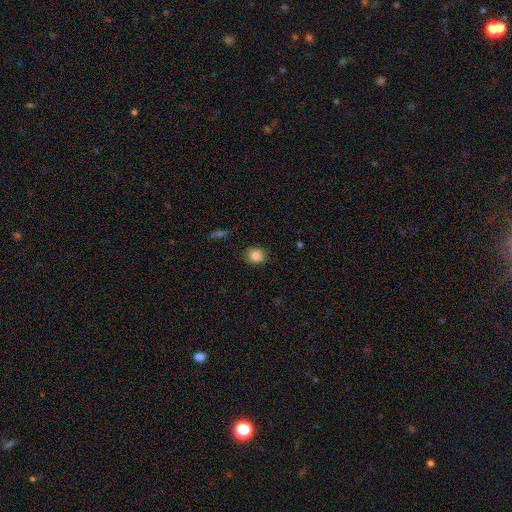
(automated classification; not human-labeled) Smooth or featured?
  - smooth: 85% *
  - star or artifact: 10%
  - featured or disk: 6%
How rounded?
  - round: 64% *
  - in between: 35%
  - cigar-shaped: 1%
Merging?
  - none: 83% *
  - minor disturbance: 13%
  - major disturbance: 3%
  - merger: 1%